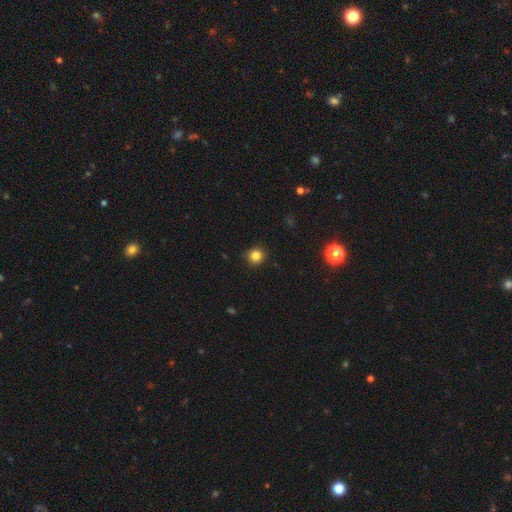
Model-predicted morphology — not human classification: smooth 83%, star or artifact 13%, featured or disk 4%. Down the decision tree: how rounded — round (94%); merging — none (90%).